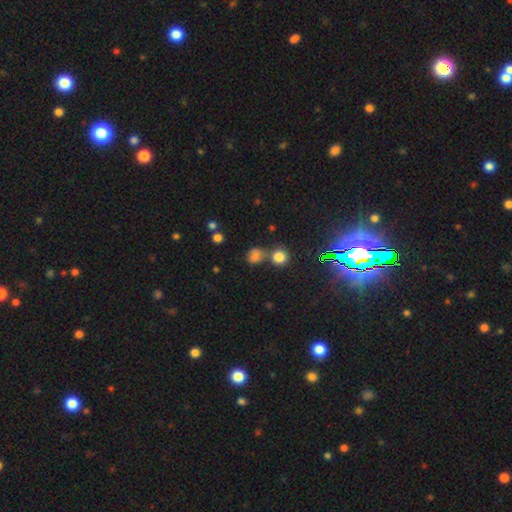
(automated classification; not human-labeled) This appears to be a smooth galaxy with no disk features (66%) that is round (69%). Merging: none (47%).